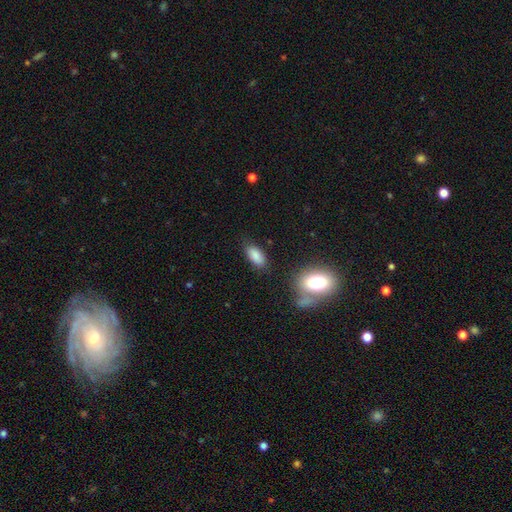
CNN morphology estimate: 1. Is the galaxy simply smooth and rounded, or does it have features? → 86% smooth, 8% star or artifact, 6% featured or disk.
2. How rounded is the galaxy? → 88% in between, 9% cigar-shaped, 3% round.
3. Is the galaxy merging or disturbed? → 78% none, 15% minor disturbance, 4% major disturbance, 3% merger.